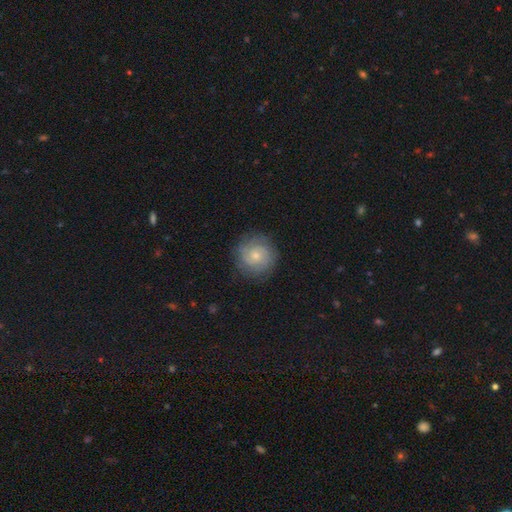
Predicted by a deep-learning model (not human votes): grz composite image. It shows a featured or disk galaxy (48%). Merging: none (83%).